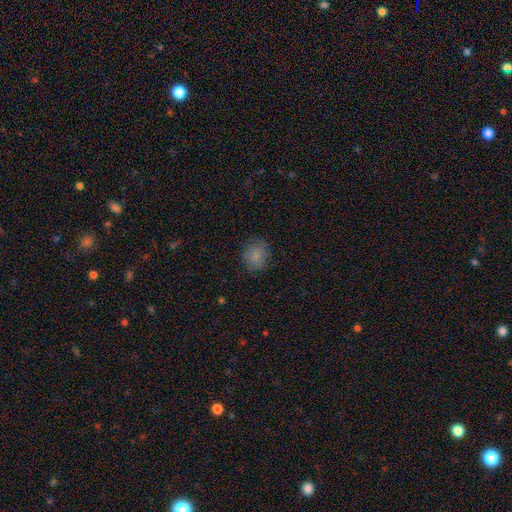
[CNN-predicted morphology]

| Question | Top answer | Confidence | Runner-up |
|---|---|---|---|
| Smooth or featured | smooth | 82% | star or artifact (9%) |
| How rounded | round | 76% | in between (23%) |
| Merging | none | 79% | minor disturbance (15%) |